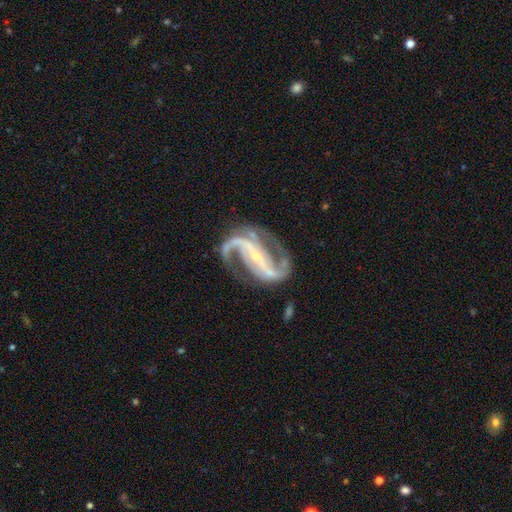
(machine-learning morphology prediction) A featured or disk galaxy (93%) with a strong bar (67%), 2 (88%) medium (55%) spiral arms (98%) and a small central bulge (80%). Merging: none (71%).